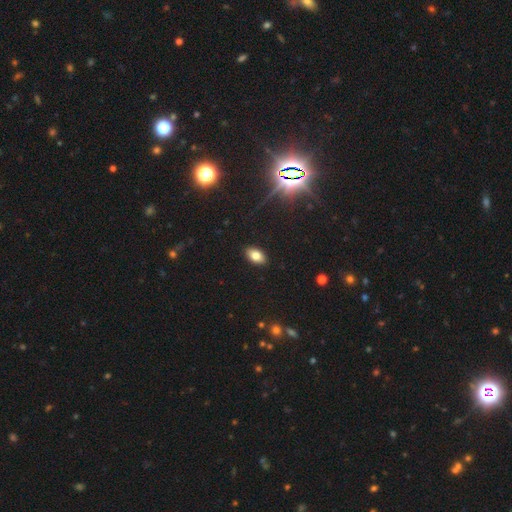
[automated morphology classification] A smooth galaxy with no disk features (78%) that is in between round and cigar-shaped (92%).

Vote fractions:
- Smooth or featured? smooth: 78% / star or artifact: 12% / featured or disk: 10%
- How rounded? in between: 92% / round: 5% / cigar-shaped: 2%
- Merging? none: 90% / minor disturbance: 7% / major disturbance: 2% / merger: 1%